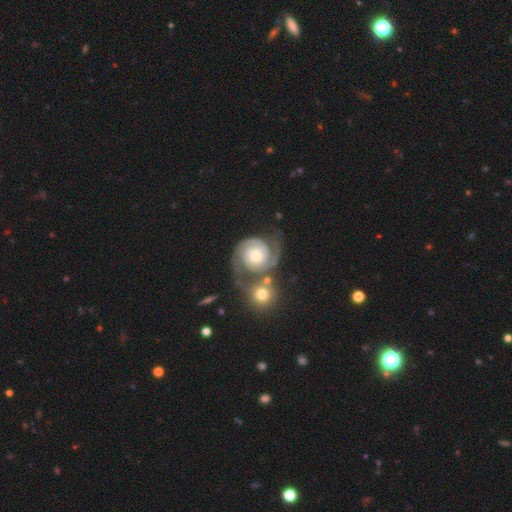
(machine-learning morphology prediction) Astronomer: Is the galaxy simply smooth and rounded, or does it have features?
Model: featured or disk — 90%.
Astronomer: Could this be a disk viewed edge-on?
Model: no — 98%.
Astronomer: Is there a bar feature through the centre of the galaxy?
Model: no — 75%.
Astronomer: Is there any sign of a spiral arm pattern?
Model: yes — 98%.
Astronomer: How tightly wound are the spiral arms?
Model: tight — 65%.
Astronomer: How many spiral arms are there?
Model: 2 — 89%.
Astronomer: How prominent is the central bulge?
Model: moderate — 57%.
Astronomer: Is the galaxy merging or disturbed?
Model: none — 52%.